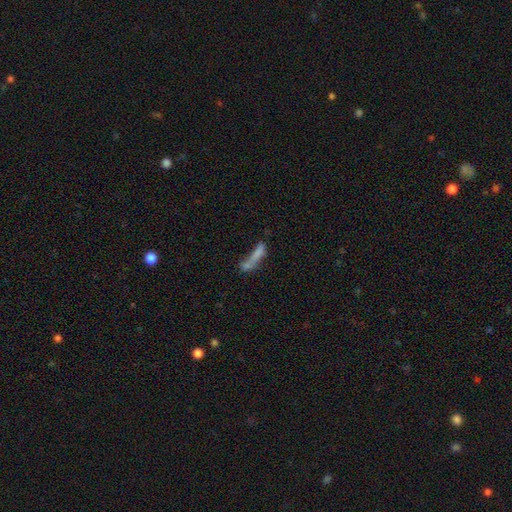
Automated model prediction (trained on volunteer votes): This appears to be a smooth galaxy with no disk features (62%) that is cigar-shaped (77%). Merging: merger (38%).